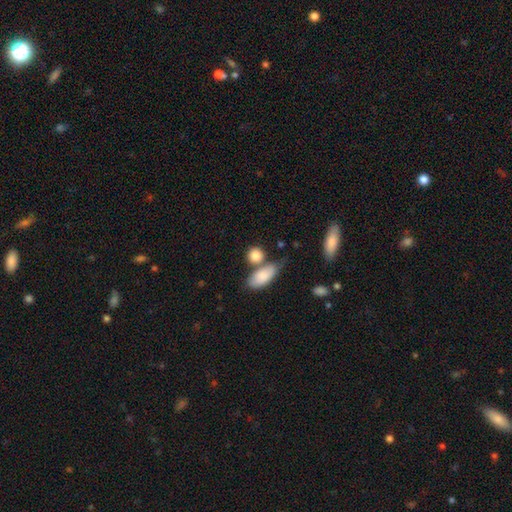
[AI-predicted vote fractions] Smooth or featured? Predicted: smooth (p=0.86). How rounded? Predicted: round (p=0.56). Merging? Predicted: none (p=0.53).